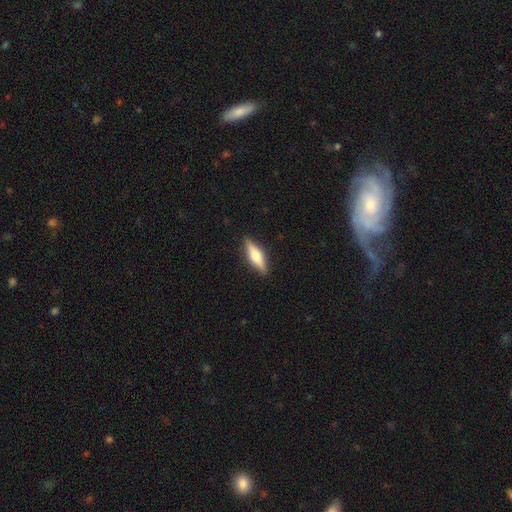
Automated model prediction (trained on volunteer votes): Smooth or featured: smooth — 51% (featured or disk — 43%)
How rounded: cigar-shaped — 59% (in between — 39%)
Merging: none — 88% (minor disturbance — 9%)